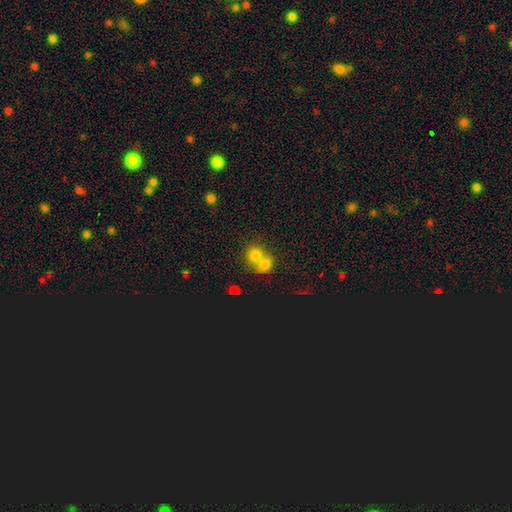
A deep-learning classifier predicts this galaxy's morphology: smooth-or-featured: smooth: 76% | star or artifact: 12% | featured or disk: 12%
  how-rounded: round: 69% | in between: 30% | cigar-shaped: 1%
  merging: merger: 62% | none: 29% | minor disturbance: 6% | major disturbance: 3%